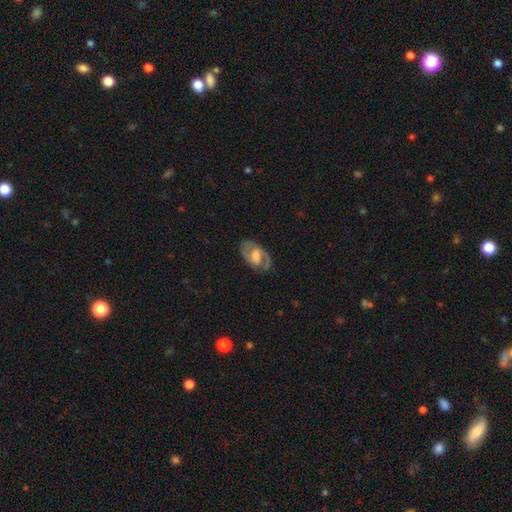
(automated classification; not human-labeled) Smooth or featured? Predicted: featured or disk (p=0.69). Edge-on disk? Predicted: no (p=0.95). Bar? Predicted: weak (p=0.46). Spiral arms? Predicted: yes (p=0.79). Spiral winding? Predicted: medium (p=0.49). Spiral arm count? Predicted: 2 (p=0.79). Bulge size? Predicted: moderate (p=0.38). Merging? Predicted: none (p=0.74).